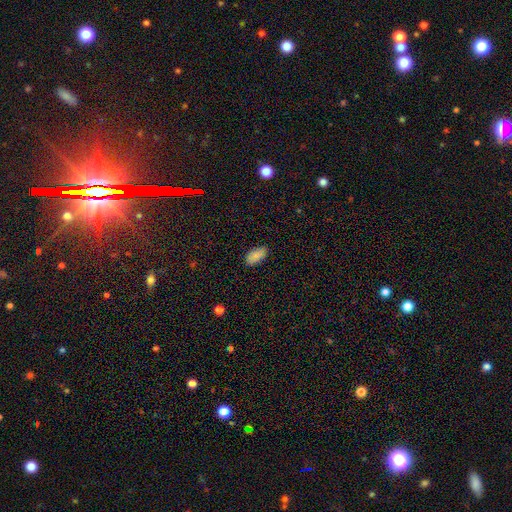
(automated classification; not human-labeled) Smooth or featured: smooth — 88% (star or artifact — 8%)
How rounded: in between — 94% (cigar-shaped — 3%)
Merging: none — 86% (minor disturbance — 11%)